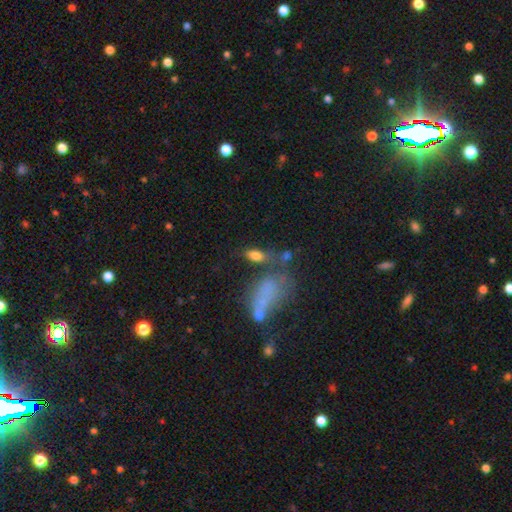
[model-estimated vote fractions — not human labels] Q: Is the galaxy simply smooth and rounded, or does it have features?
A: smooth — 73%.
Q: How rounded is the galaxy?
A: in between — 78%.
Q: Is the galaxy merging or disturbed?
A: none — 52%.